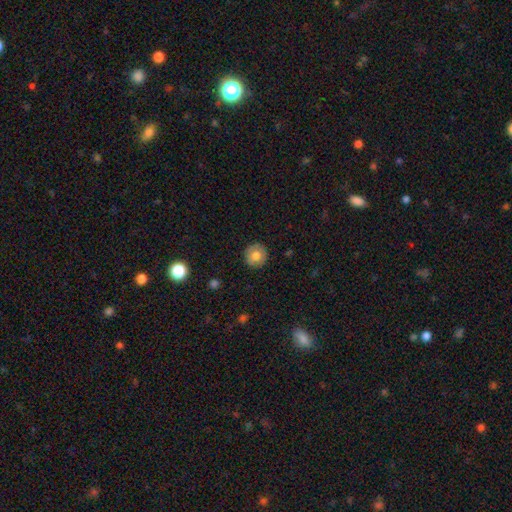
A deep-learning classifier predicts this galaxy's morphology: smooth-or-featured: smooth: 73% | featured or disk: 18% | star or artifact: 9%
  how-rounded: round: 92% | in between: 7% | cigar-shaped: 1%
  merging: none: 89% | minor disturbance: 8% | major disturbance: 2% | merger: 1%